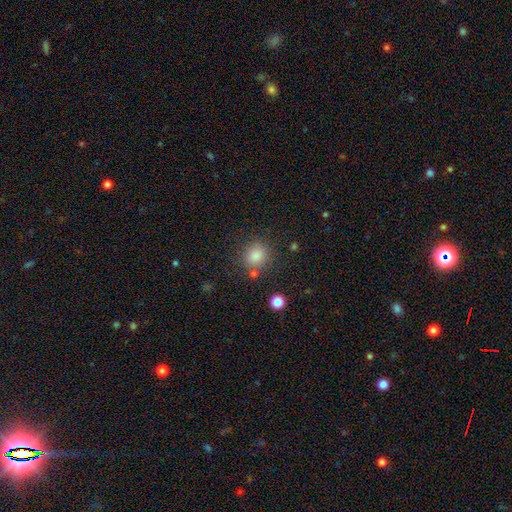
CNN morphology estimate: Q: Smooth or featured?
A: smooth (82%); runner-up: star or artifact (13%)
Q: How rounded?
A: round (83%); runner-up: in between (16%)
Q: Merging?
A: none (80%); runner-up: minor disturbance (10%)